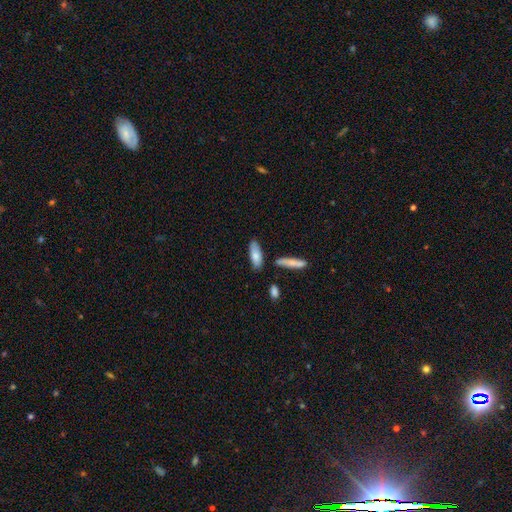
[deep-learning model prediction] A smooth galaxy with no disk features (77%) that is in between round and cigar-shaped (65%).

Vote fractions:
- Smooth or featured? smooth: 77% / featured or disk: 17% / star or artifact: 6%
- How rounded? in between: 65% / cigar-shaped: 33% / round: 2%
- Merging? none: 68% / minor disturbance: 19% / merger: 9% / major disturbance: 4%